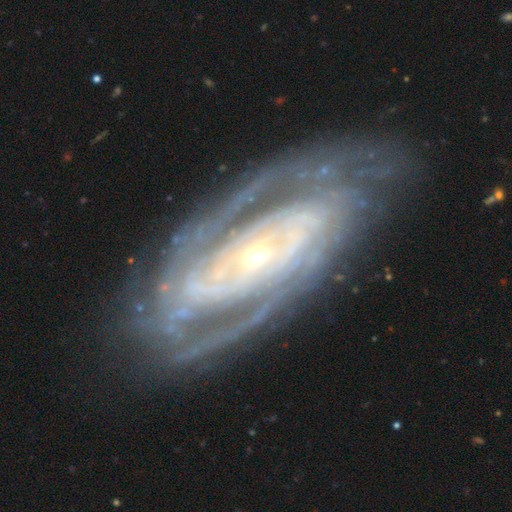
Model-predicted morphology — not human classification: Overall: featured or disk (89%). Edge-on disk: no (93%). Bar: no (62%). Spiral arms: yes (94%). Spiral arm count: 2 (37%; can't tell 28%). Spiral winding: tight (70%). Bulge size: small (73%). Merging: none (76%).